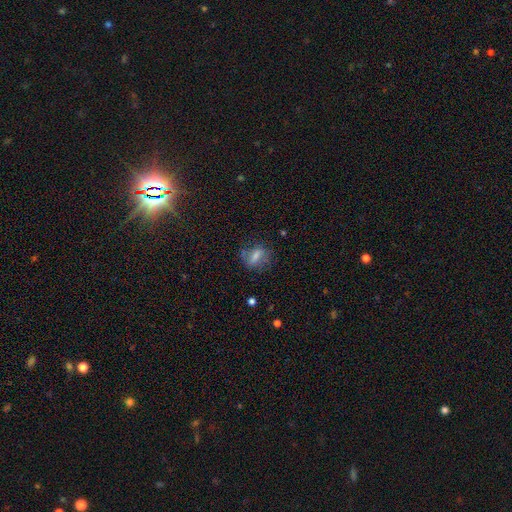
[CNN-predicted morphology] Smooth or featured? smooth (44%)
Merging? none (67%)